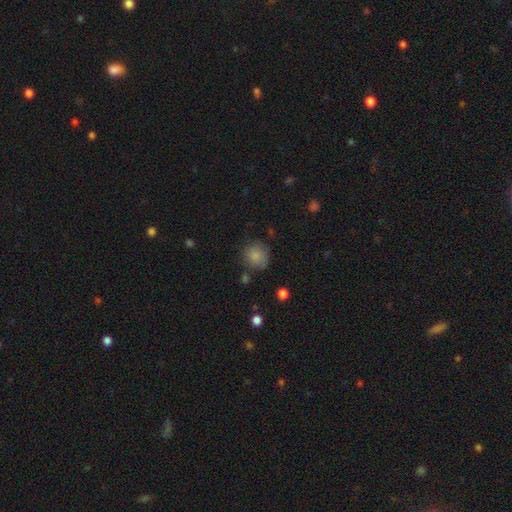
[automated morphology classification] Smooth or featured? smooth (84%)
How rounded? round (85%)
Merging? none (74%)